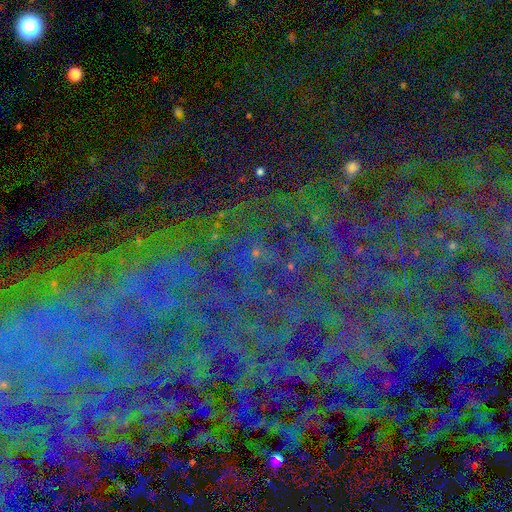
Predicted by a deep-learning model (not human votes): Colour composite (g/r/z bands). It shows a star or artifact, not a galaxy (80%).